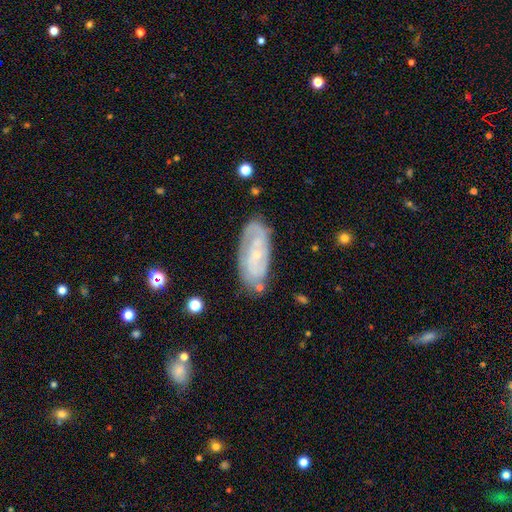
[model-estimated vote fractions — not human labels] Q: Smooth or featured?
A: featured or disk (74%); runner-up: smooth (19%)
Q: Edge-on disk?
A: no (92%); runner-up: yes (8%)
Q: Bar?
A: no (61%); runner-up: weak (30%)
Q: Spiral arms?
A: yes (86%); runner-up: no (14%)
Q: Spiral winding?
A: tight (58%); runner-up: medium (32%)
Q: Spiral arm count?
A: 2 (51%); runner-up: can't tell (32%)
Q: Bulge size?
A: small (78%); runner-up: moderate (17%)
Q: Merging?
A: none (74%); runner-up: minor disturbance (18%)